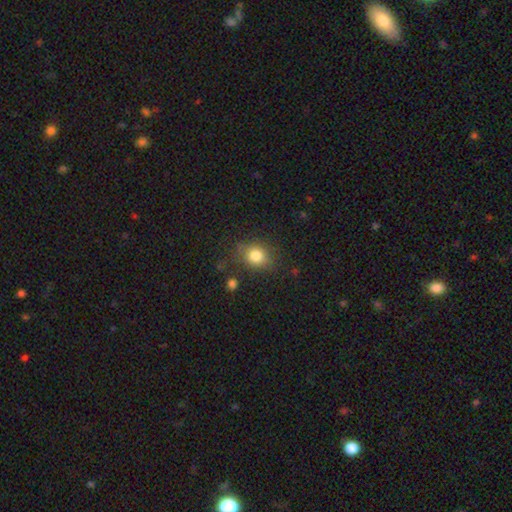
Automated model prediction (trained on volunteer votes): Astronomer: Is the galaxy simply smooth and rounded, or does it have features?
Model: smooth — 81%.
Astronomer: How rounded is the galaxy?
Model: round — 56% (runner-up: in between, 43%).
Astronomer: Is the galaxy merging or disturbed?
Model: none — 75%.